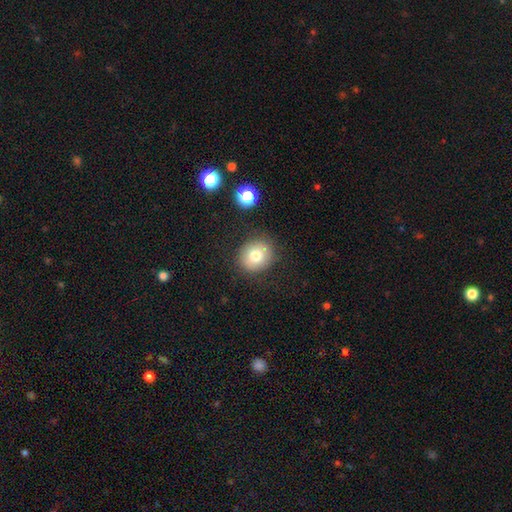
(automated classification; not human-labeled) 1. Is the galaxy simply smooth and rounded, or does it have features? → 75% smooth, 14% featured or disk, 11% star or artifact.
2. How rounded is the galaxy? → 79% round, 20% in between, 1% cigar-shaped.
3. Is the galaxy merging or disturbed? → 83% none, 11% minor disturbance, 3% major disturbance, 3% merger.